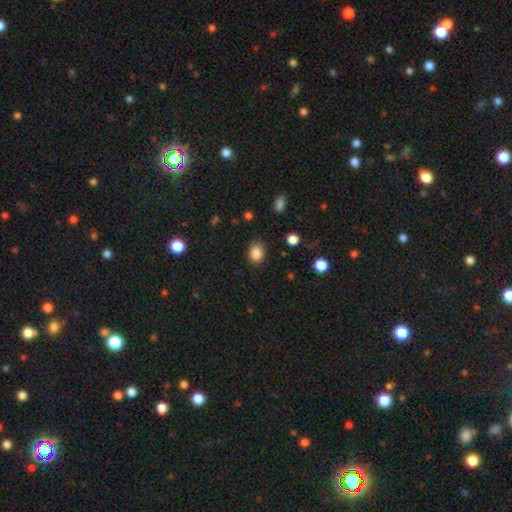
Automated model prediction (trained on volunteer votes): Q: Smooth or featured?
A: smooth (85%); runner-up: star or artifact (10%)
Q: How rounded?
A: in between (59%); runner-up: round (40%)
Q: Merging?
A: none (80%); runner-up: minor disturbance (14%)